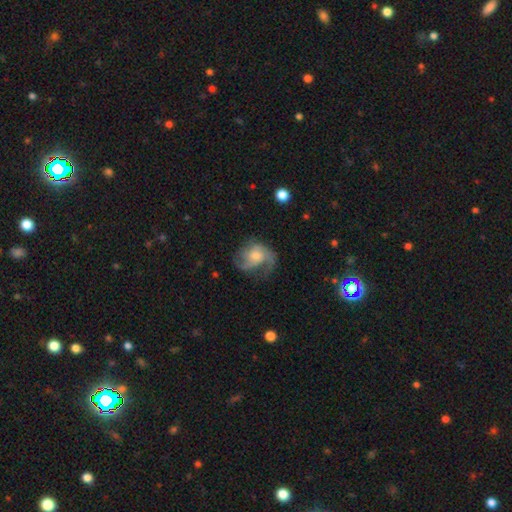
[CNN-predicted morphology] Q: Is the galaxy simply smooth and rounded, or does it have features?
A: featured or disk — 73%.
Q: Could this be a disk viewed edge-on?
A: no — 98%.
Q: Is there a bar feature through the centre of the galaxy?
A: no — 69%.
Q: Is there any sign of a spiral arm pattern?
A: yes — 91%.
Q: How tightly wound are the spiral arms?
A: medium — 47%.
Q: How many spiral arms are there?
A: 2 — 33%.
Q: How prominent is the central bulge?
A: moderate — 45%.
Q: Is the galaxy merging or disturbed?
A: none — 53%.